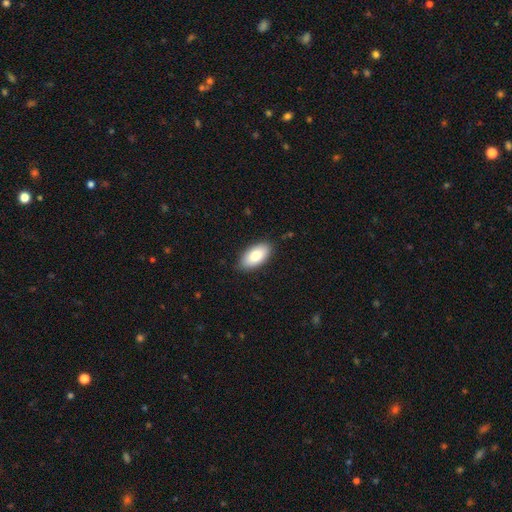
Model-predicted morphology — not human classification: Smooth or featured? Predicted: smooth (p=0.80). How rounded? Predicted: in between (p=0.94). Merging? Predicted: none (p=0.86).